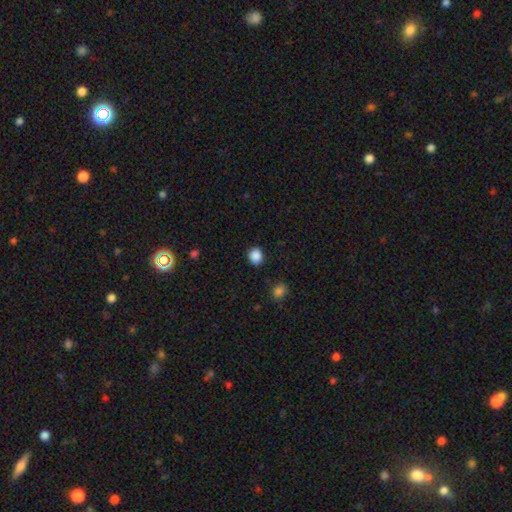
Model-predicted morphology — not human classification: This is clearly a smooth galaxy (87%). How rounded: likely round (73%). Merging: clearly none (87%).